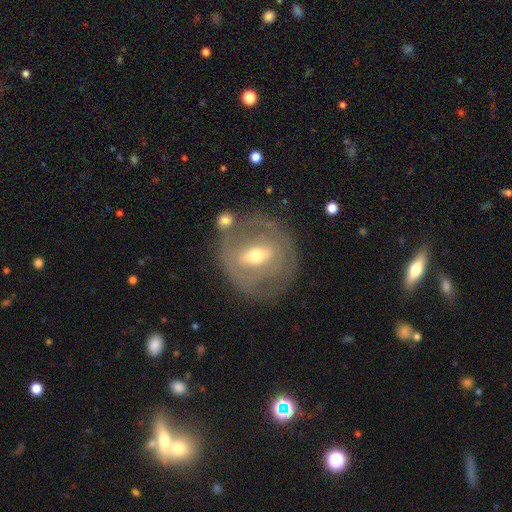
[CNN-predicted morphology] smooth_or_featured: featured or disk (p=0.72) [alt: smooth p=0.22]
disk_edge_on: no (p=0.92) [alt: yes p=0.08]
bar: weak (p=0.40) [alt: strong p=0.38]
has_spiral_arms: no (p=0.54) [alt: yes p=0.46]
bulge_size: moderate (p=0.59) [alt: small p=0.36]
merging: none (p=0.69) [alt: minor disturbance p=0.17]